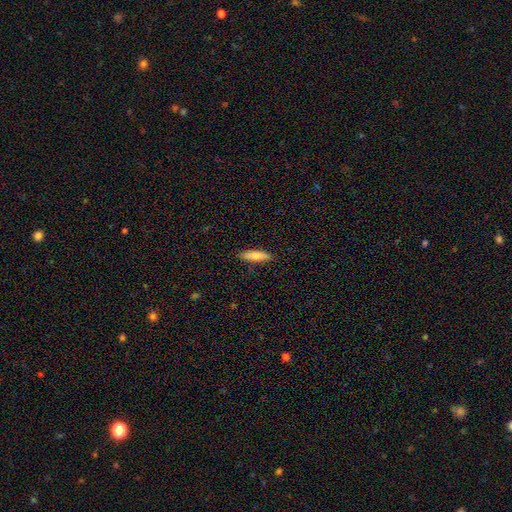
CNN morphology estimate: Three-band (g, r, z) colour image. It shows a smooth galaxy with no disk features (81%) that is cigar-shaped (66%). Merging: none (88%).